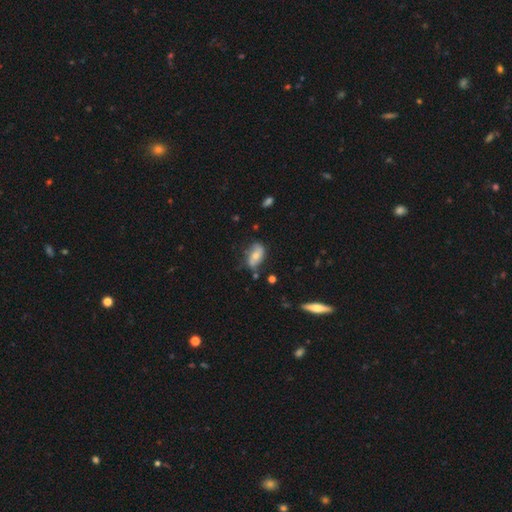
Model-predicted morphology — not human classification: Smooth or featured?
  - smooth: 51% *
  - featured or disk: 40%
  - star or artifact: 8%
How rounded?
  - in between: 88% *
  - cigar-shaped: 6%
  - round: 6%
Merging?
  - none: 63% *
  - minor disturbance: 26%
  - major disturbance: 7%
  - merger: 4%